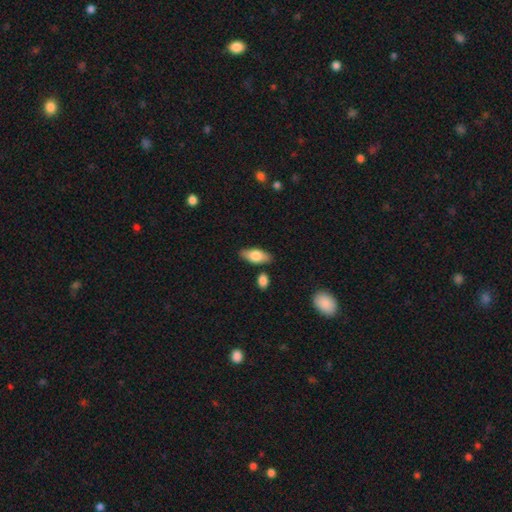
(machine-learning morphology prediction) Smooth or featured? smooth (74%)
How rounded? in between (86%)
Merging? none (82%)